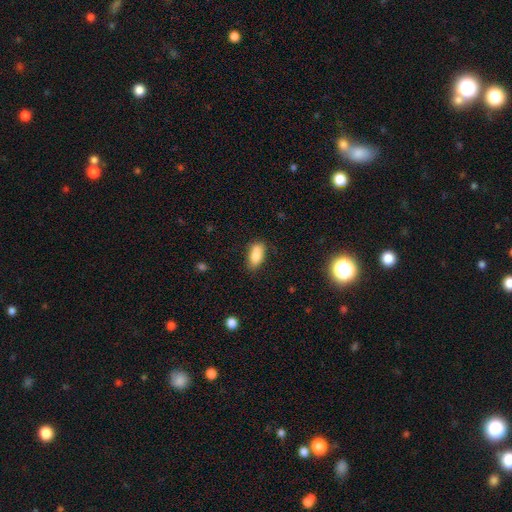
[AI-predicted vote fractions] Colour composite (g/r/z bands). It shows a smooth galaxy with no disk features (81%) that is in between round and cigar-shaped (85%). Merging: none (69%).